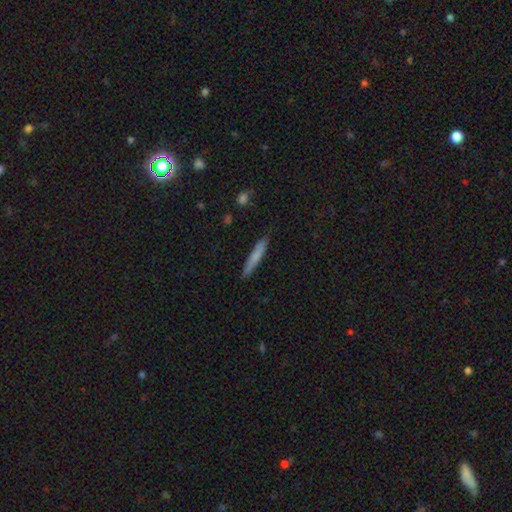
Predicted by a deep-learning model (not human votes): smooth_or_featured: smooth (p=0.71) [alt: featured or disk p=0.23]
how_rounded: cigar-shaped (p=0.93) [alt: in between p=0.05]
merging: none (p=0.86) [alt: minor disturbance p=0.11]